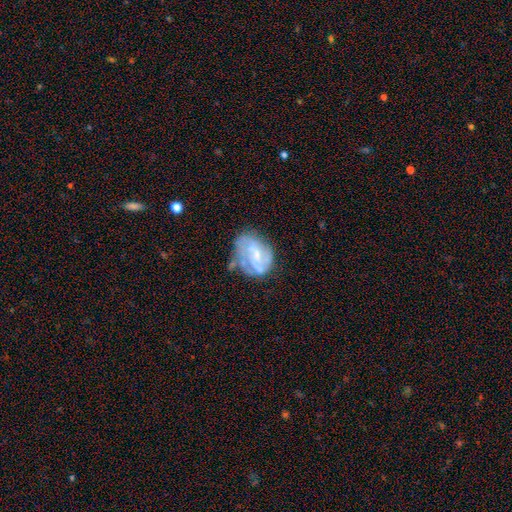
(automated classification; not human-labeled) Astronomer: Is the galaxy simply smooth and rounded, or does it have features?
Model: featured or disk — 71%.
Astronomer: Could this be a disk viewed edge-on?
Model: no — 98%.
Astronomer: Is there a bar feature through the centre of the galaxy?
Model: no — 46% (runner-up: weak, 43%).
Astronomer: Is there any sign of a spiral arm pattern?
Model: yes — 80%.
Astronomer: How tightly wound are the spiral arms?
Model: tight — 42% (runner-up: medium, 40%).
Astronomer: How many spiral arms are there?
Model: can't tell — 34% (runner-up: 2, 33%).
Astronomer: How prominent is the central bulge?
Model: small — 52%.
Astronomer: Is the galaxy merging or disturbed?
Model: none — 51% (runner-up: minor disturbance, 26%).